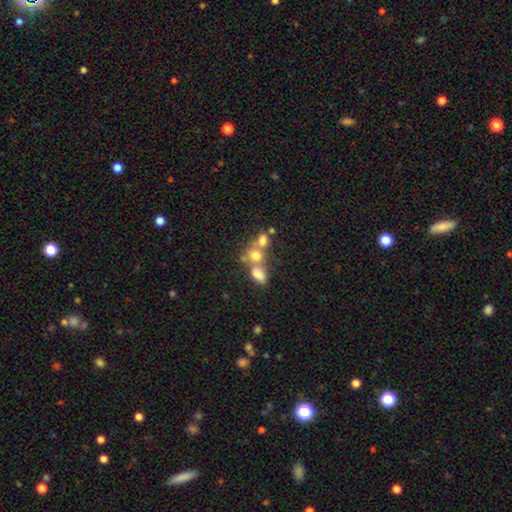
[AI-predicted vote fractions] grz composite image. It shows a smooth galaxy with no disk features (68%) that is round (58%). Merging: merger (57%).